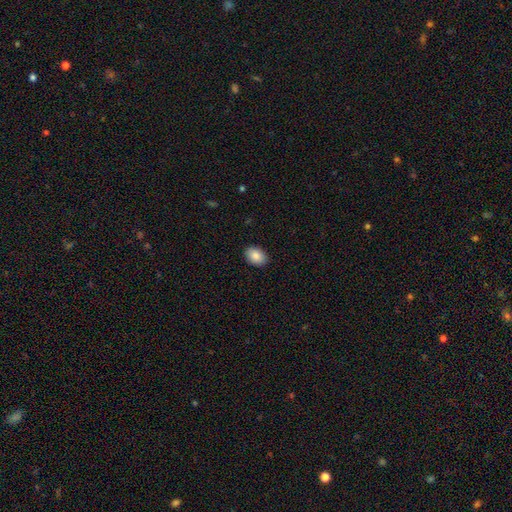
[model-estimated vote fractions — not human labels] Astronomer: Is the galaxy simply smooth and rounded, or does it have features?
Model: smooth — 87%.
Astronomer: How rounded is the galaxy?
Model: in between — 82%.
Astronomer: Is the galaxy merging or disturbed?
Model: none — 90%.